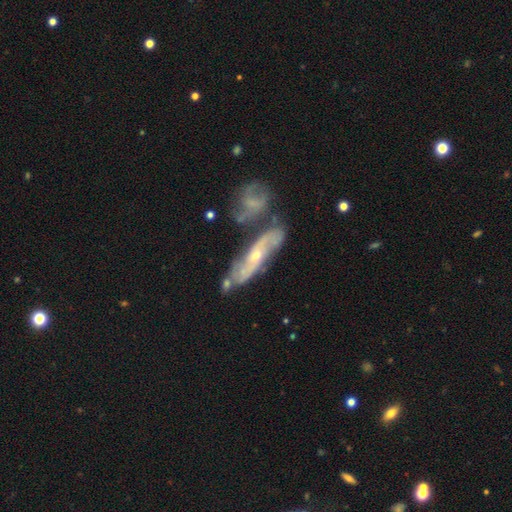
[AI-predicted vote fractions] Q: Smooth or featured?
A: featured or disk (78%); runner-up: smooth (16%)
Q: Edge-on disk?
A: no (76%); runner-up: yes (24%)
Q: Bar?
A: no (61%); runner-up: weak (27%)
Q: Spiral arms?
A: yes (85%); runner-up: no (15%)
Q: Spiral winding?
A: medium (40%); runner-up: tight (35%)
Q: Spiral arm count?
A: 2 (56%); runner-up: can't tell (31%)
Q: Bulge size?
A: small (56%); runner-up: moderate (41%)
Q: Merging?
A: none (50%); runner-up: merger (25%)